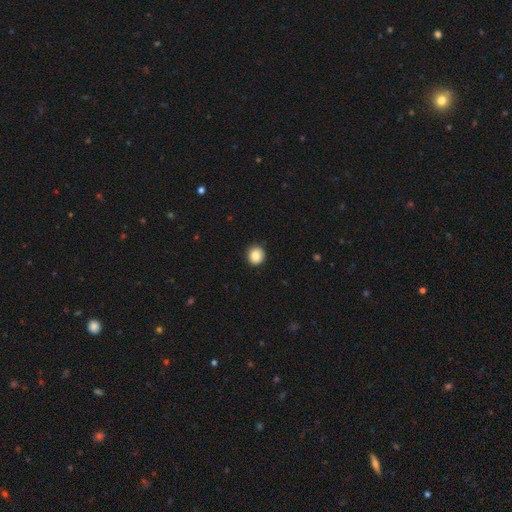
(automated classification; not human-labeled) smooth 86%, star or artifact 9%, featured or disk 5%. Down the decision tree: how rounded — round (87%); merging — none (90%).